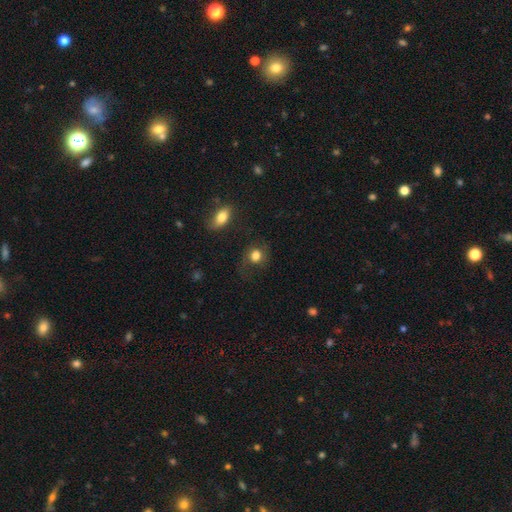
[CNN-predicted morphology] smooth-or-featured: smooth: 77% | featured or disk: 13% | star or artifact: 10%
  how-rounded: round: 71% | in between: 28% | cigar-shaped: 1%
  merging: none: 60% | minor disturbance: 20% | major disturbance: 16% | merger: 4%